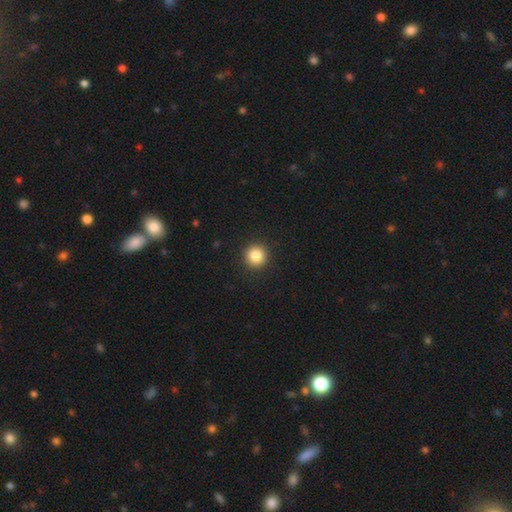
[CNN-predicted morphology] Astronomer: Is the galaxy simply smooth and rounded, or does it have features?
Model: smooth — 84%.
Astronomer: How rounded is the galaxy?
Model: round — 95%.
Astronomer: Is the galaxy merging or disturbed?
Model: none — 93%.